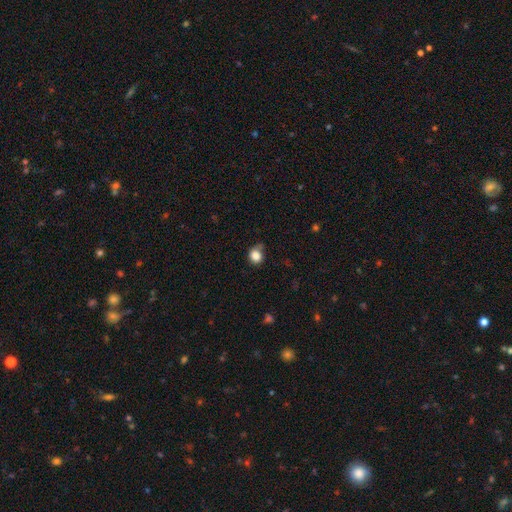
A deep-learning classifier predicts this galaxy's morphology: type=smooth (84%); roundness=round (77%); merging=none (58%).